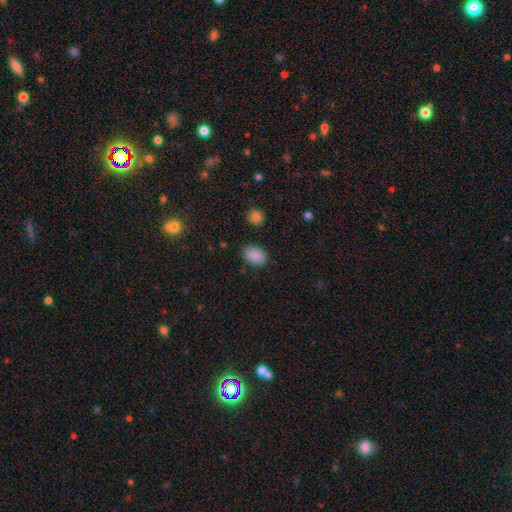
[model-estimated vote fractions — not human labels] Smooth or featured: smooth — 88% (star or artifact — 9%)
How rounded: in between — 76% (round — 23%)
Merging: none — 85% (minor disturbance — 11%)